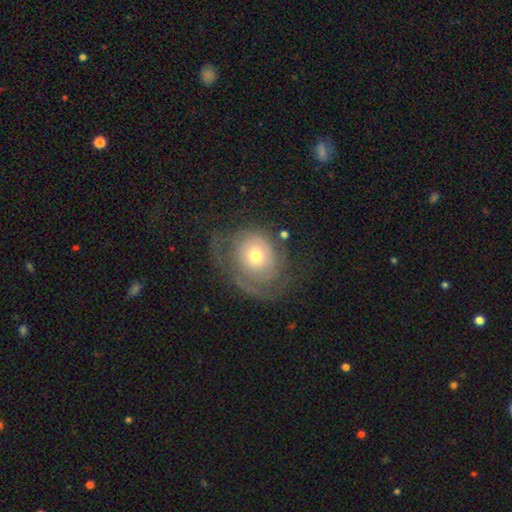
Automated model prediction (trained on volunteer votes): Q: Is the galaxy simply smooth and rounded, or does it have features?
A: featured or disk — 56%.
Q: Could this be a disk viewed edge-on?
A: no — 95%.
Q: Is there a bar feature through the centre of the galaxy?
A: no — 84%.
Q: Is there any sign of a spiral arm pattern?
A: yes — 66%.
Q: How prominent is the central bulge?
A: moderate — 61%.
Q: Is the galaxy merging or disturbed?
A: none — 49%.